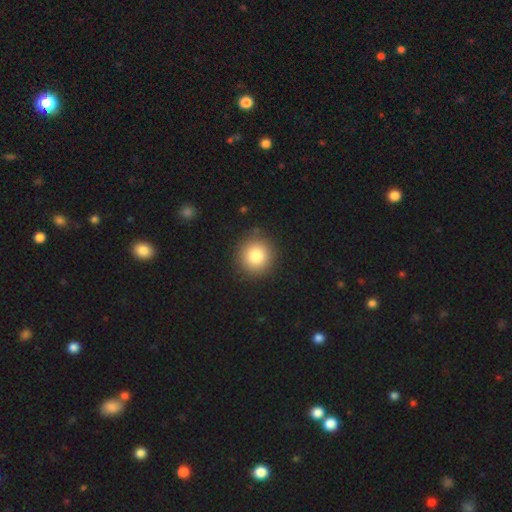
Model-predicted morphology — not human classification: Smooth or featured? Predicted: smooth (p=0.85). How rounded? Predicted: round (p=0.92). Merging? Predicted: none (p=0.89).